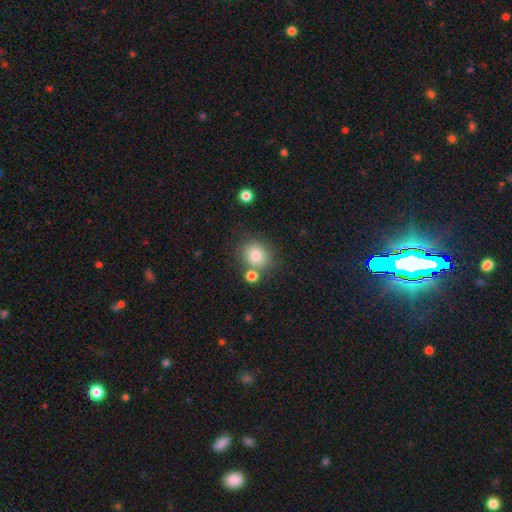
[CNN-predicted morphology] Smooth or featured: smooth — 80% (star or artifact — 11%)
How rounded: round — 79% (in between — 20%)
Merging: none — 70% (merger — 16%)